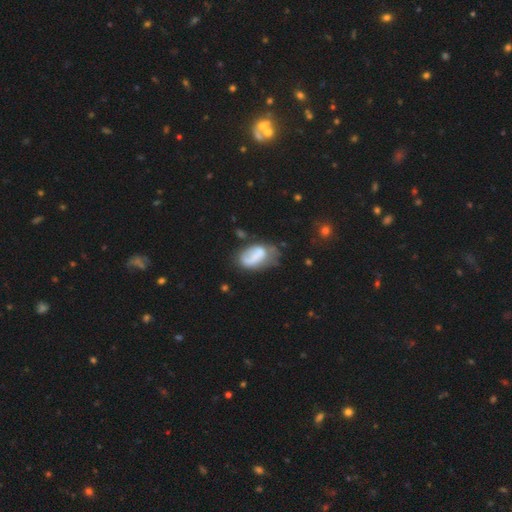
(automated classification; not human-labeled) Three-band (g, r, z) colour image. It shows a smooth galaxy with no disk features (60%) that is in between round and cigar-shaped (90%). Merging: none (36%).